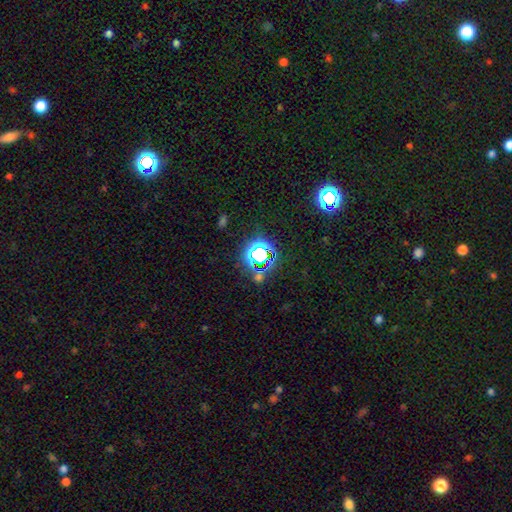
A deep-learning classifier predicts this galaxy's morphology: smooth-or-featured: star or artifact: 65% | smooth: 24% | featured or disk: 10%